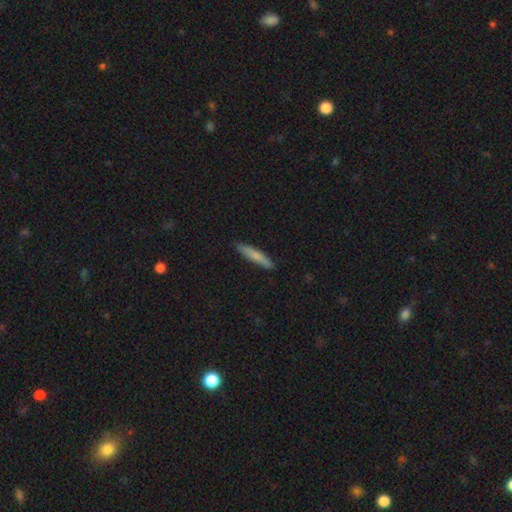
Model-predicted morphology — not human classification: smooth-or-featured: smooth: 76% | featured or disk: 18% | star or artifact: 6%
  how-rounded: cigar-shaped: 90% | in between: 8% | round: 1%
  merging: none: 88% | minor disturbance: 9% | major disturbance: 2% | merger: 1%